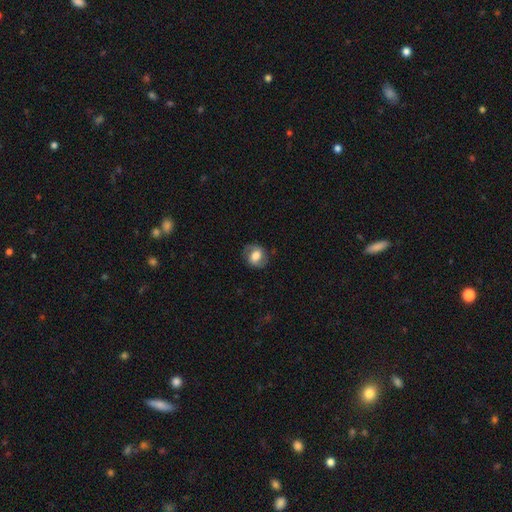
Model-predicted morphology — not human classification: A smooth galaxy with no disk features (51%) that is round (58%).

Vote fractions:
- Smooth or featured? smooth: 51% / featured or disk: 41% / star or artifact: 8%
- How rounded? round: 58% / in between: 40% / cigar-shaped: 1%
- Merging? none: 78% / minor disturbance: 15% / major disturbance: 6% / merger: 1%